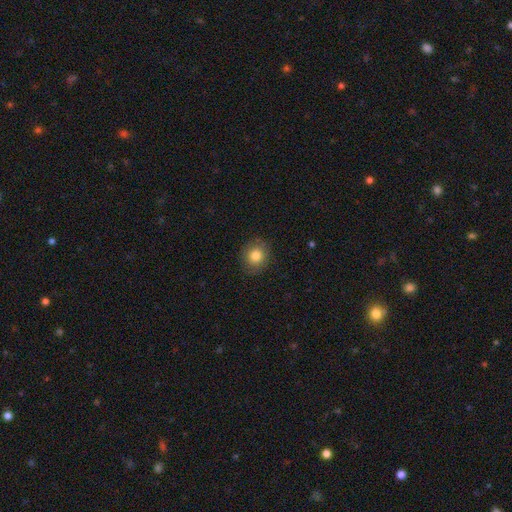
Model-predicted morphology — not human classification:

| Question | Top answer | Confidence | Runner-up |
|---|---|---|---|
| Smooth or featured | smooth | 82% | star or artifact (10%) |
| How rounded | round | 79% | in between (20%) |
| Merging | none | 87% | minor disturbance (9%) |